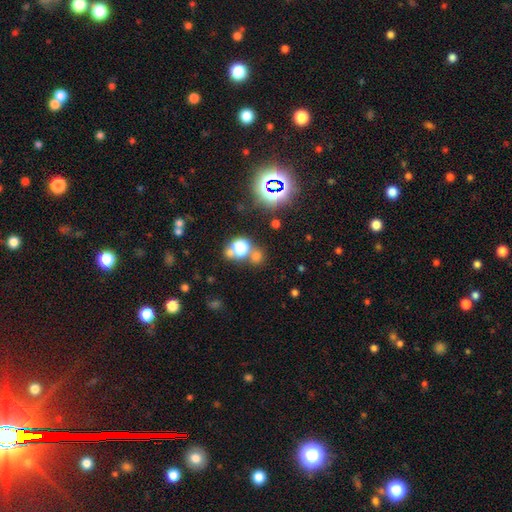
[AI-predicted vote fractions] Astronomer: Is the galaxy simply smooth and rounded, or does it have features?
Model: smooth — 52% (runner-up: star or artifact, 40%).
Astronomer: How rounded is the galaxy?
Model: round — 82%.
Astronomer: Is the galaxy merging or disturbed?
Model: none — 63%.